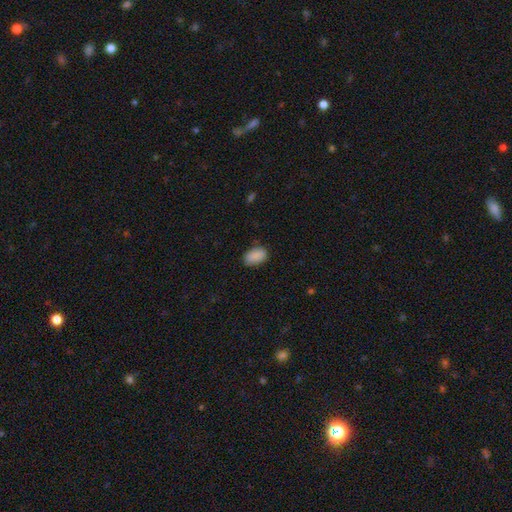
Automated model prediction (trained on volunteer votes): Overall: smooth (88%). How rounded: in between (91%). Merging: none (76%).